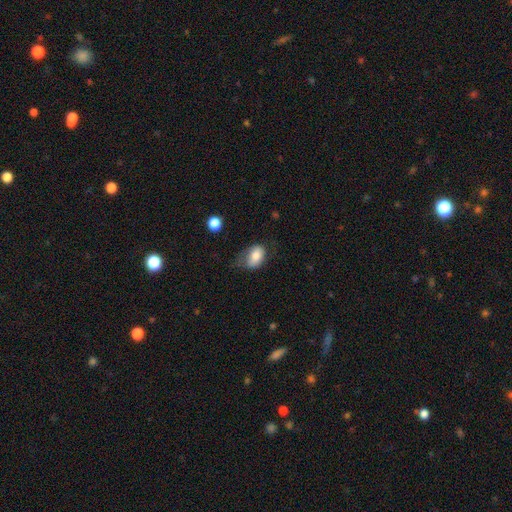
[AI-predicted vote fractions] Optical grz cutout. It shows a smooth galaxy with no disk features (75%) that is in between round and cigar-shaped (84%). Merging: none (44%).